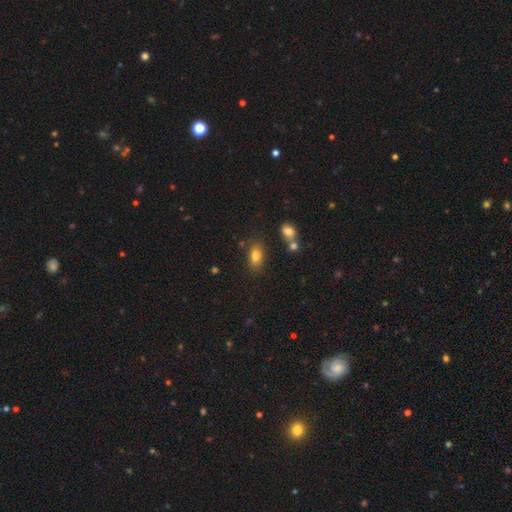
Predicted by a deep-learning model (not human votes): A smooth galaxy with no disk features (78%) that is in between round and cigar-shaped (86%). Merging: none (75%).